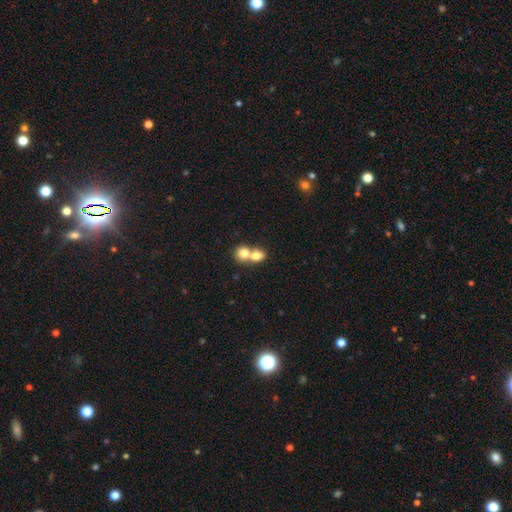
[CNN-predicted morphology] type=smooth (76%); roundness=round (56%); merging=merger (71%).